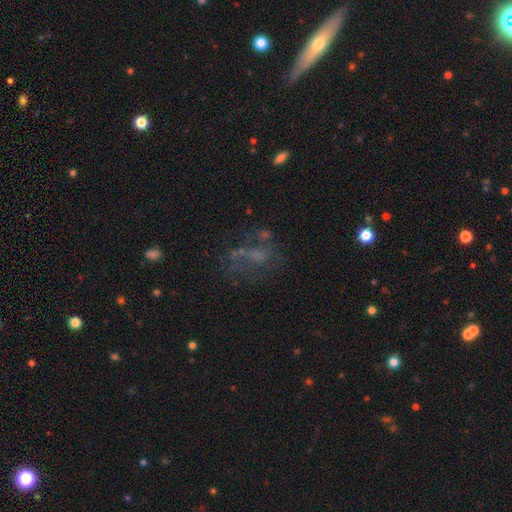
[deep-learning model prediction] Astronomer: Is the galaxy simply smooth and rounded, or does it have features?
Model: featured or disk — 46% (runner-up: smooth, 27%).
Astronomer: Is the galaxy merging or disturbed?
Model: none — 47% (runner-up: major disturbance, 29%).